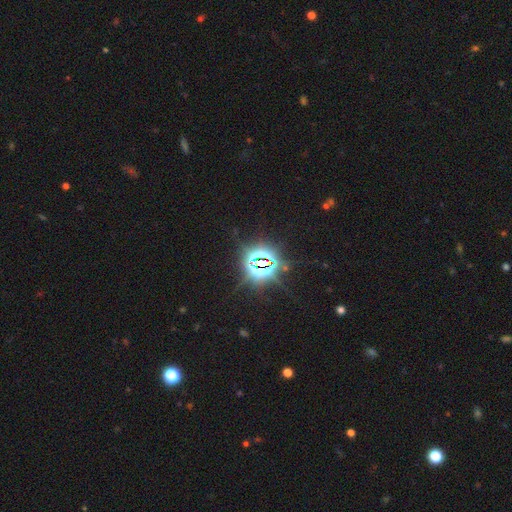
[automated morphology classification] Smooth or featured?
  - star or artifact: 84% *
  - smooth: 9%
  - featured or disk: 7%